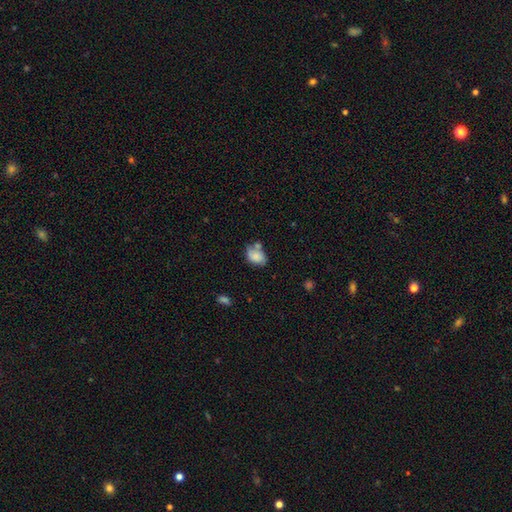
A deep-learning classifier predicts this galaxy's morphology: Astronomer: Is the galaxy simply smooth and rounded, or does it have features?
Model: smooth — 71%.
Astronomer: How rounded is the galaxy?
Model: in between — 75%.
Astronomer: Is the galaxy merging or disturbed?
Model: none — 45% (runner-up: minor disturbance, 26%).